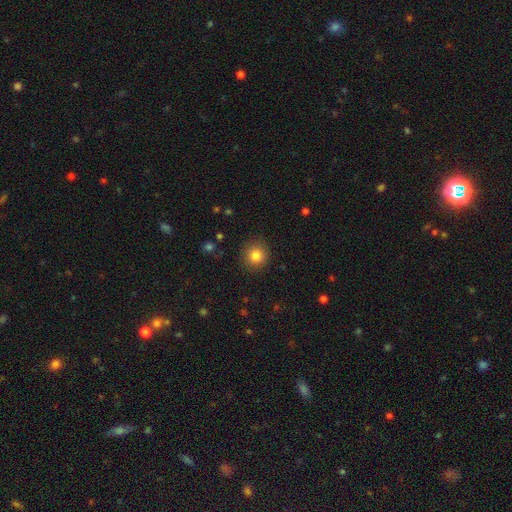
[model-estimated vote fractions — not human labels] Overall: smooth (83%). How rounded: round (92%). Merging: none (90%).